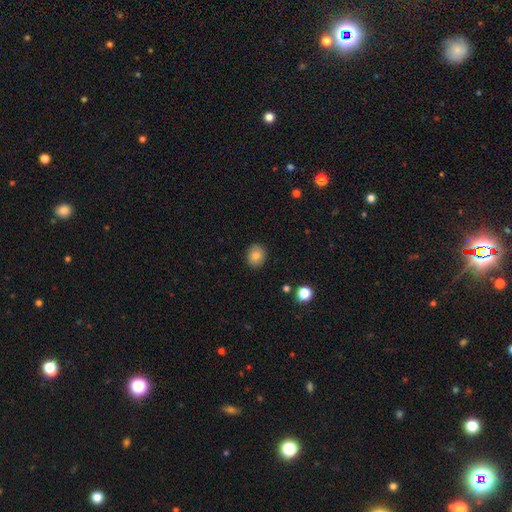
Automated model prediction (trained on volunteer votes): smooth_or_featured: smooth (p=0.82) [alt: star or artifact p=0.10]
how_rounded: round (p=0.72) [alt: in between p=0.27]
merging: none (p=0.89) [alt: minor disturbance p=0.08]